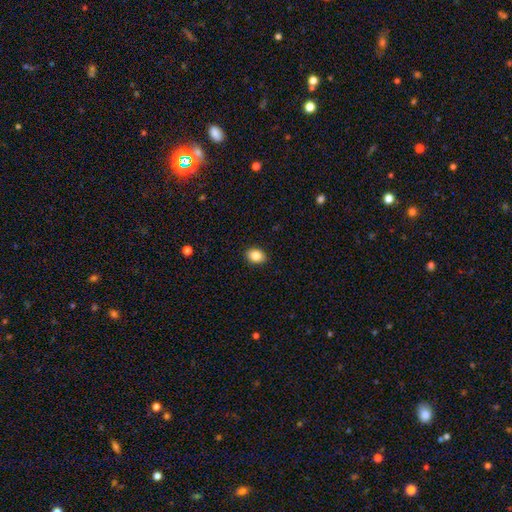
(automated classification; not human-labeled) smooth-or-featured: smooth: 86% | star or artifact: 9% | featured or disk: 6%
  how-rounded: in between: 66% | round: 33% | cigar-shaped: 1%
  merging: none: 90% | minor disturbance: 7% | major disturbance: 2% | merger: 1%